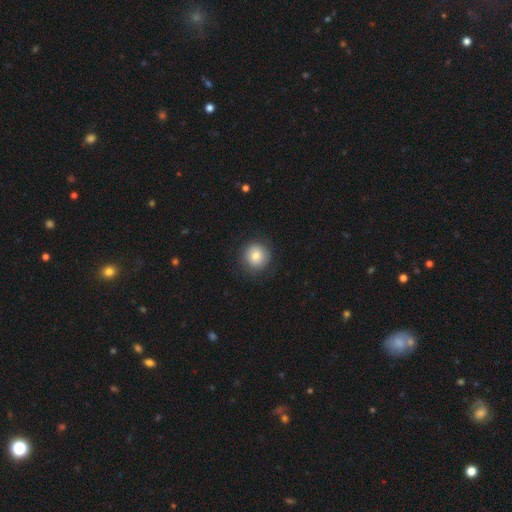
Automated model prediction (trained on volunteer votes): Smooth or featured? Predicted: smooth (p=0.79). How rounded? Predicted: round (p=0.94). Merging? Predicted: none (p=0.86).